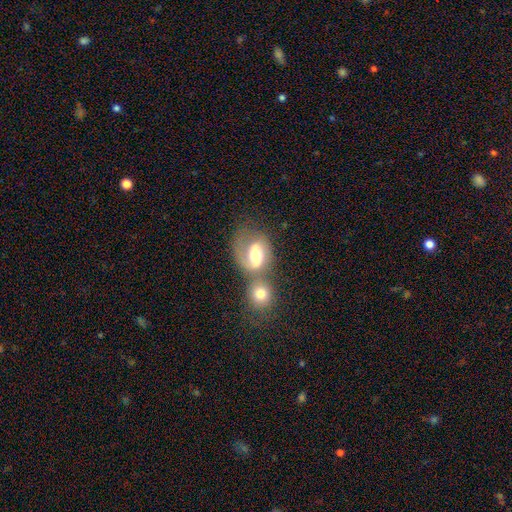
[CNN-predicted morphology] Smooth or featured: featured or disk — 49% (smooth — 43%)
Merging: merger — 54% (none — 24%)